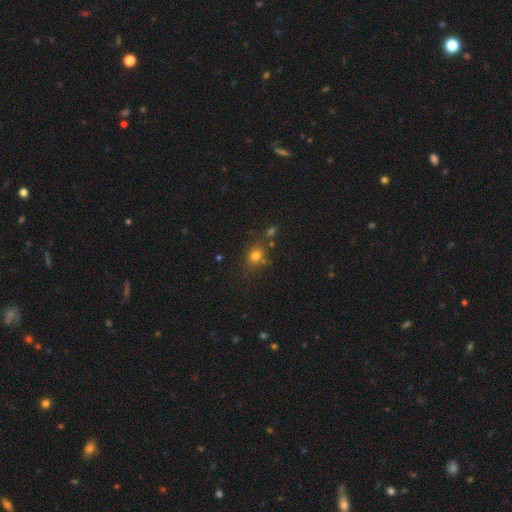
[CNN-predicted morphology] A smooth galaxy with no disk features (75%) that is round (66%). Merging: none (71%).